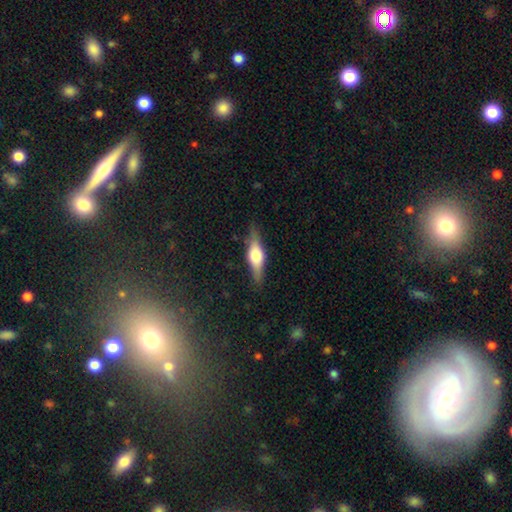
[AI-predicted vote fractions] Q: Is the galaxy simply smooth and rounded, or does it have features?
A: featured or disk — 57%.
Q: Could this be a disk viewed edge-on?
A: yes — 94%.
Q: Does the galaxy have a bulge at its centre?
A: rounded — 91%.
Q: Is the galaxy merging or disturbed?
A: none — 83%.